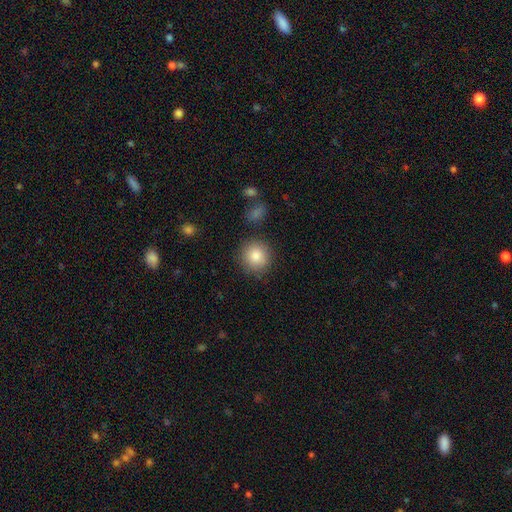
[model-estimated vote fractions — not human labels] Smooth or featured: smooth — 85% (star or artifact — 8%)
How rounded: round — 90% (in between — 9%)
Merging: none — 86% (minor disturbance — 8%)